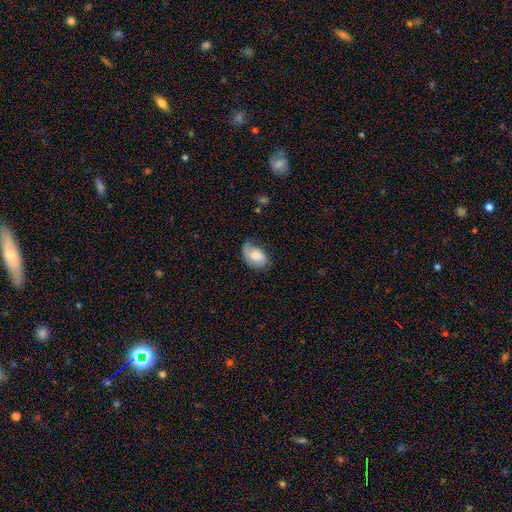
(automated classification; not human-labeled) Smooth or featured? smooth (73%)
How rounded? in between (90%)
Merging? none (49%)